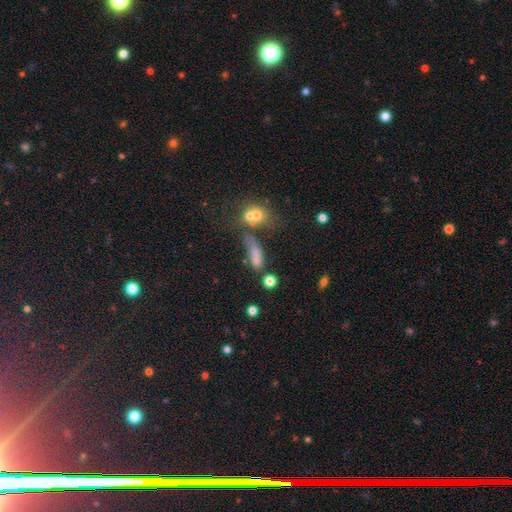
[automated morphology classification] smooth_or_featured: smooth (p=0.65) [alt: featured or disk p=0.18]
how_rounded: in between (p=0.51) [alt: cigar-shaped p=0.39]
merging: none (p=0.30) [alt: merger p=0.28]